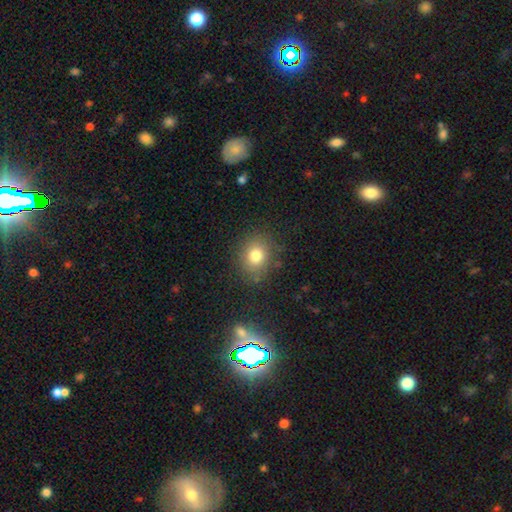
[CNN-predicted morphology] Overall: smooth (78%). How rounded: round (61%; in between 38%). Merging: none (83%).